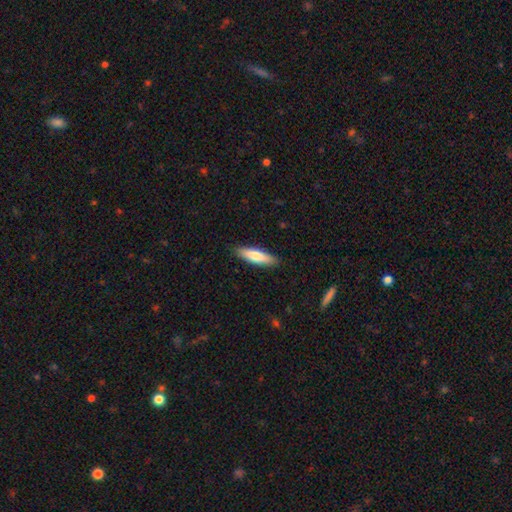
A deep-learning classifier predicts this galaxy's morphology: smooth_or_featured: smooth (p=0.72) [alt: featured or disk p=0.22]
how_rounded: cigar-shaped (p=0.65) [alt: in between p=0.33]
merging: none (p=0.90) [alt: minor disturbance p=0.08]